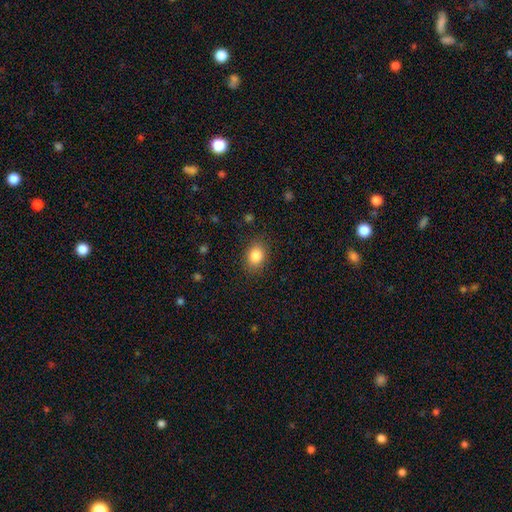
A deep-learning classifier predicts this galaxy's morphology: Smooth or featured? smooth (86%)
How rounded? in between (62%)
Merging? none (84%)